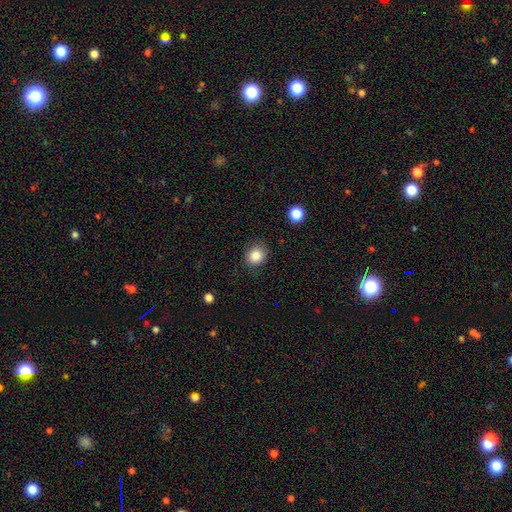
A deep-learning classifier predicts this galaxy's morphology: type=smooth (85%); roundness=round (77%); merging=none (85%).